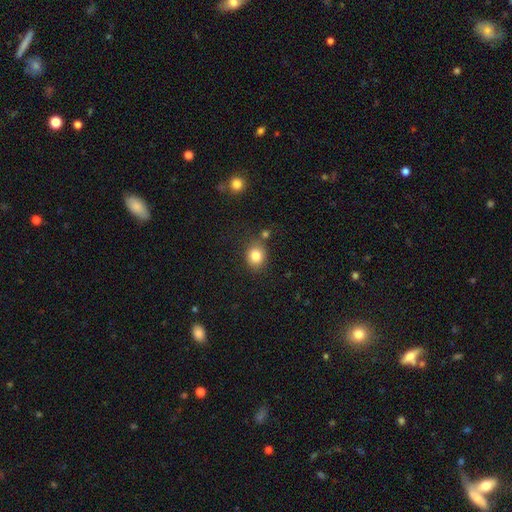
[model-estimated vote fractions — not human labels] Overall: smooth (83%). How rounded: round (66%; in between 33%). Merging: none (77%).